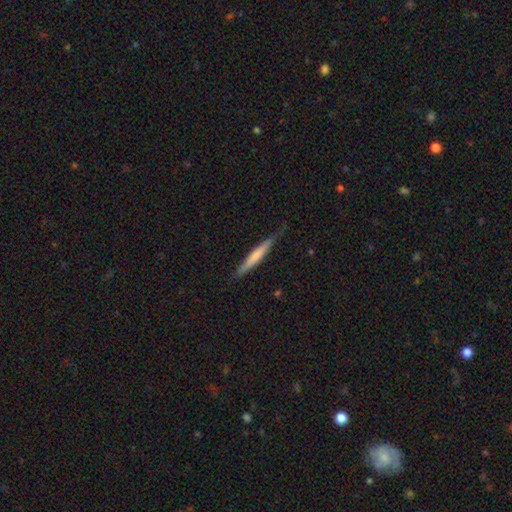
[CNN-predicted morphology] Smooth or featured: smooth — 56% (featured or disk — 39%)
How rounded: cigar-shaped — 95% (in between — 4%)
Merging: none — 78% (minor disturbance — 18%)